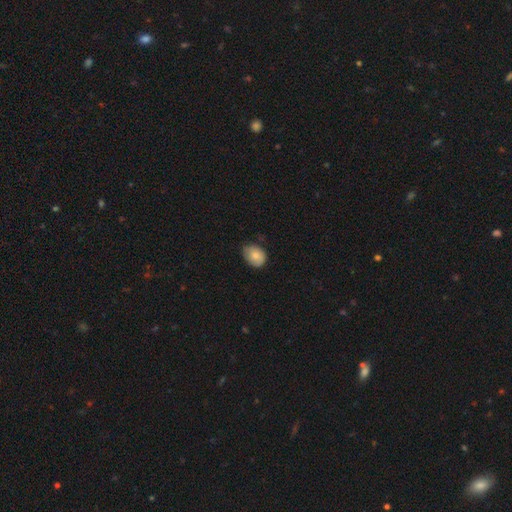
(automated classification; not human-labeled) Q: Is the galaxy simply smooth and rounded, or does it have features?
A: smooth — 81%.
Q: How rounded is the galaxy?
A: in between — 61%.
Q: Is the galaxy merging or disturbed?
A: none — 64%.